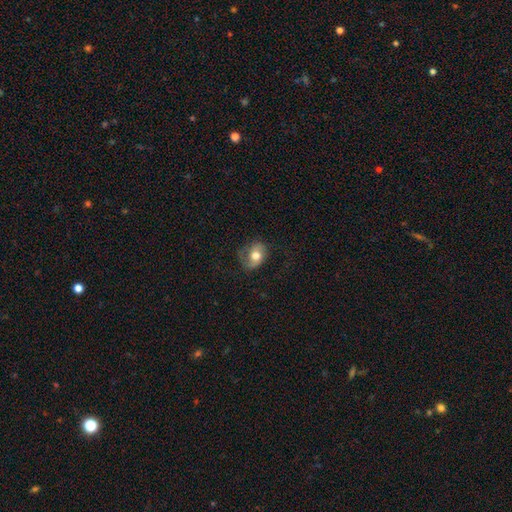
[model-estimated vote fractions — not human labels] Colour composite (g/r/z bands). It shows a smooth galaxy with no disk features (54%) that is in between round and cigar-shaped (60%). Merging: none (59%).